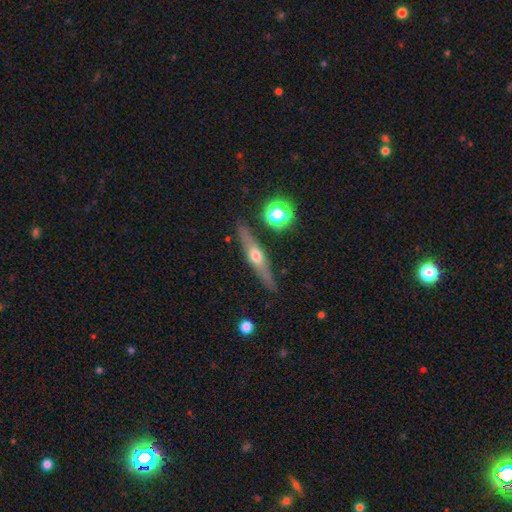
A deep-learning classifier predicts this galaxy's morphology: Q: Smooth or featured?
A: featured or disk (62%); runner-up: smooth (30%)
Q: Edge-on disk?
A: yes (92%); runner-up: no (8%)
Q: Edge-on bulge?
A: rounded (90%); runner-up: none (5%)
Q: Merging?
A: none (85%); runner-up: minor disturbance (10%)